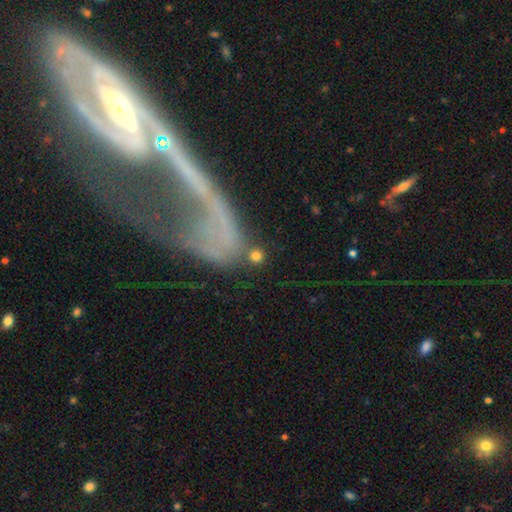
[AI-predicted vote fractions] Smooth or featured? smooth (76%)
How rounded? round (89%)
Merging? none (74%)